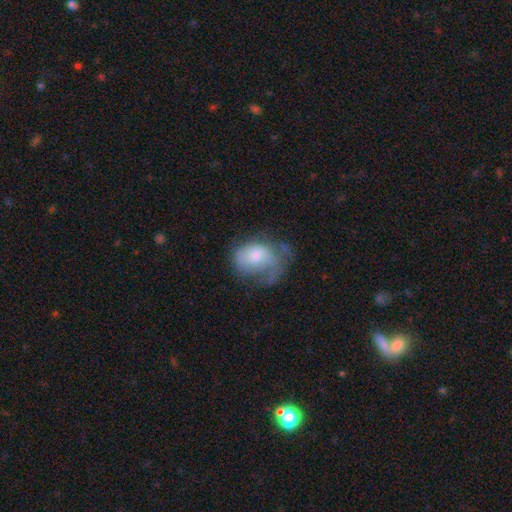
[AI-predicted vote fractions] Smooth or featured: smooth — 47% (featured or disk — 45%)
Merging: major disturbance — 41% (none — 29%)